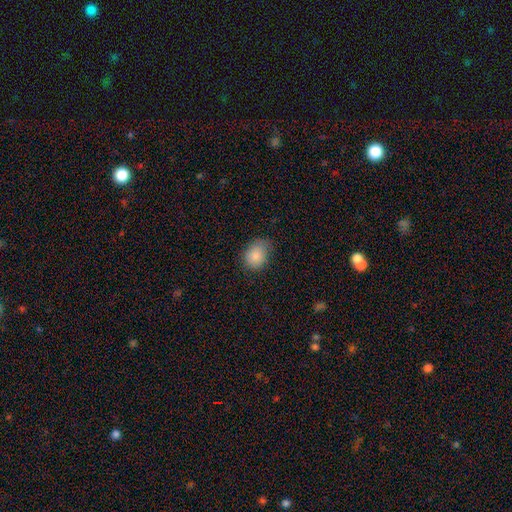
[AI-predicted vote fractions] Smooth or featured: smooth — 85% (star or artifact — 8%)
How rounded: in between — 58% (round — 41%)
Merging: none — 67% (minor disturbance — 26%)